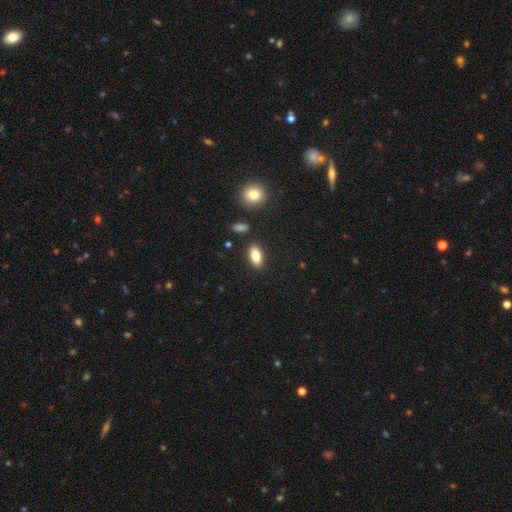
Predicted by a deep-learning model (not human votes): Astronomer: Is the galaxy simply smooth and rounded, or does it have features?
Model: smooth — 80%.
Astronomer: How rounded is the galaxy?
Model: in between — 87%.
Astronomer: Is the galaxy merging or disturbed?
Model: none — 86%.